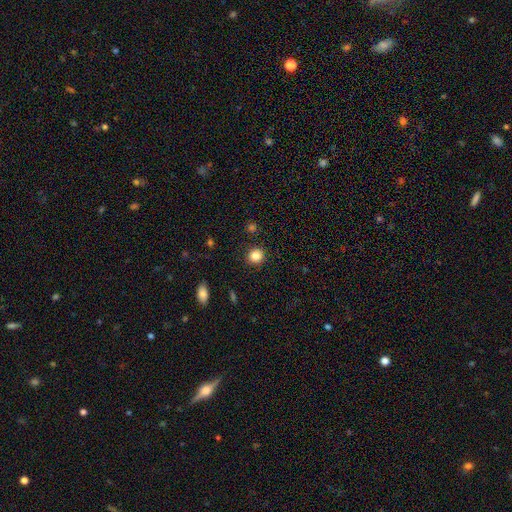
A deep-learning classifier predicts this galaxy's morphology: A smooth galaxy with no disk features (85%) that is round (85%).

Vote fractions:
- Smooth or featured? smooth: 85% / star or artifact: 11% / featured or disk: 4%
- How rounded? round: 85% / in between: 14% / cigar-shaped: 1%
- Merging? none: 90% / minor disturbance: 6% / major disturbance: 2% / merger: 1%